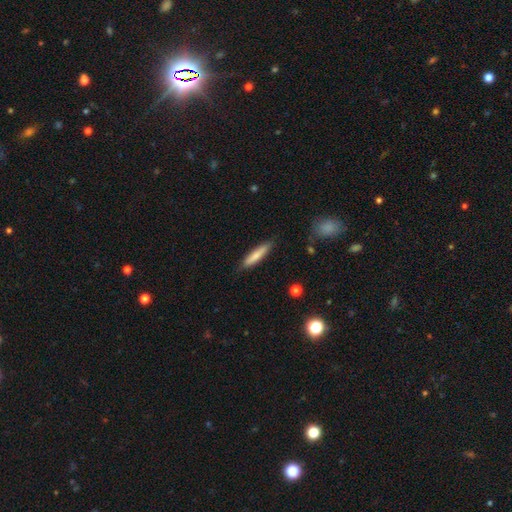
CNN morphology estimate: Smooth or featured? smooth (77%)
How rounded? cigar-shaped (87%)
Merging? none (85%)